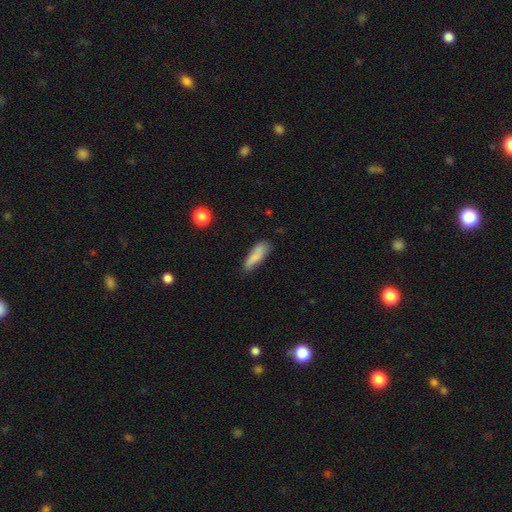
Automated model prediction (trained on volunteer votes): smooth 82%, featured or disk 10%, star or artifact 7%. Down the decision tree: how rounded — in between (50%); merging — none (65%).